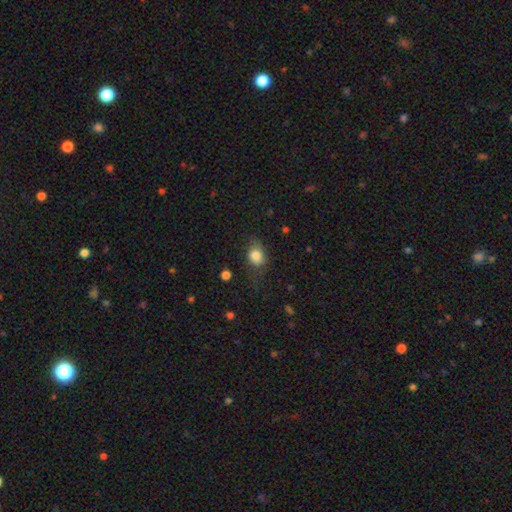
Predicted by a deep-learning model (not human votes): Smooth or featured?
  - smooth: 81% *
  - star or artifact: 10%
  - featured or disk: 9%
How rounded?
  - in between: 55% *
  - round: 44%
  - cigar-shaped: 1%
Merging?
  - none: 54% *
  - minor disturbance: 29%
  - major disturbance: 15%
  - merger: 2%